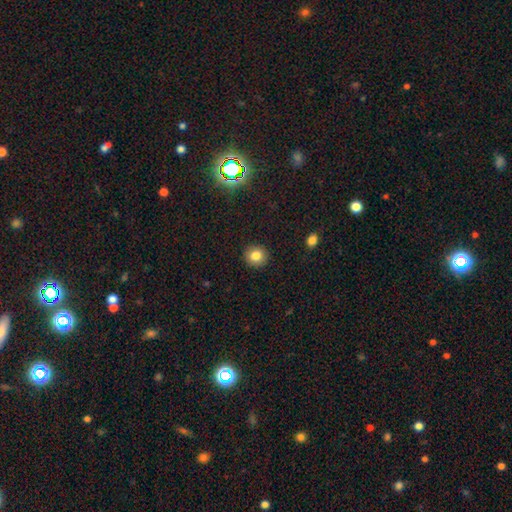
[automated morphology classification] type=smooth (82%); roundness=round (91%); merging=none (92%).